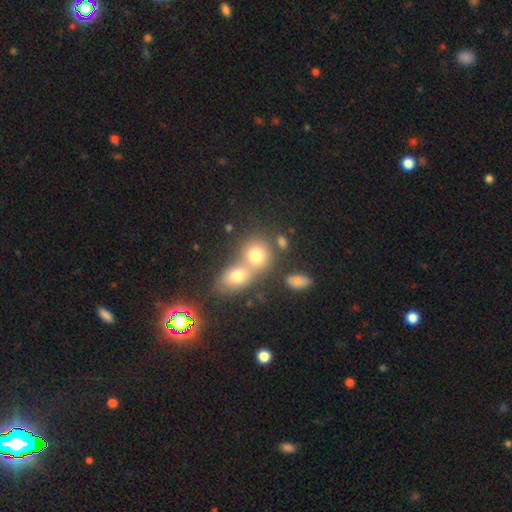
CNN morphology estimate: Q: Smooth or featured?
A: smooth (74%); runner-up: star or artifact (13%)
Q: How rounded?
A: round (71%); runner-up: in between (28%)
Q: Merging?
A: merger (57%); runner-up: none (33%)